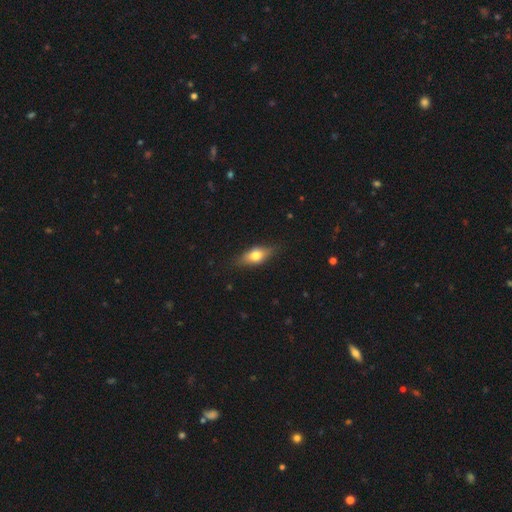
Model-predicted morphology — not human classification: The model was most divided on "smooth or featured": smooth: 58%, featured or disk: 35%, star or artifact: 7%. More confident: merging — none (83%); how rounded — in between (70%).